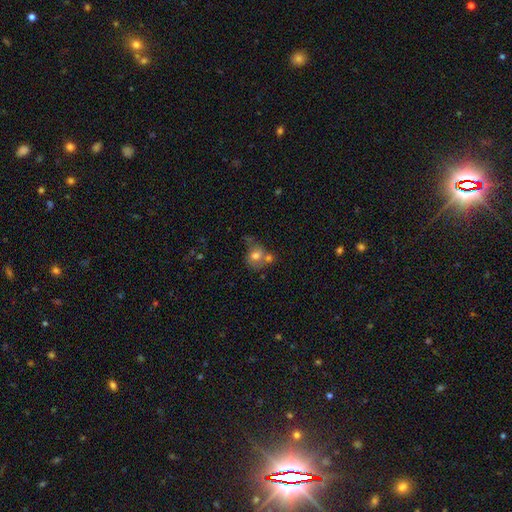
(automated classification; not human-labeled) Q: Smooth or featured?
A: smooth (71%); runner-up: featured or disk (18%)
Q: How rounded?
A: round (65%); runner-up: in between (34%)
Q: Merging?
A: merger (42%); runner-up: none (32%)